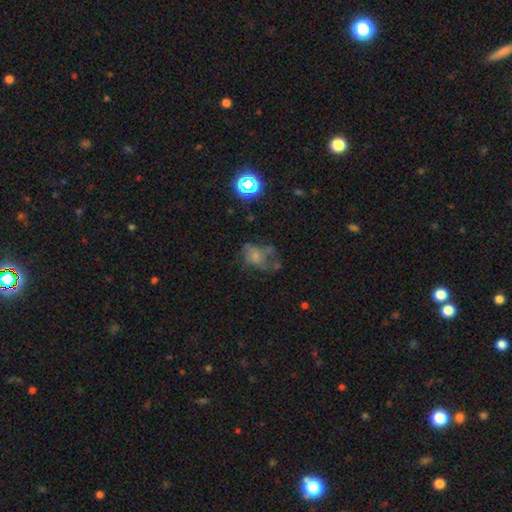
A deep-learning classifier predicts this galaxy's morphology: Q: Smooth or featured?
A: smooth (43%); runner-up: featured or disk (38%)
Q: Merging?
A: major disturbance (38%); runner-up: none (32%)